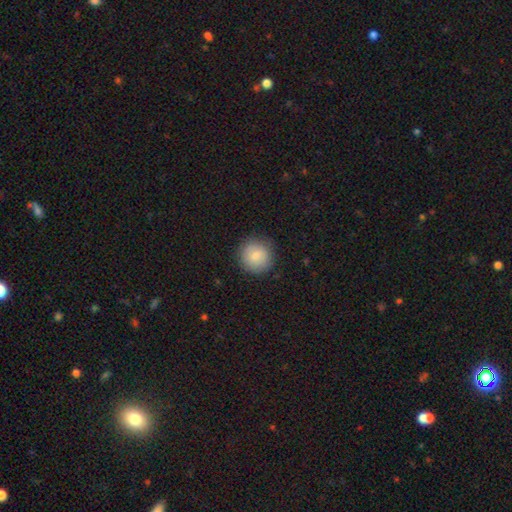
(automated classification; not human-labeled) A smooth galaxy with no disk features (85%) that is round (94%). Merging: none (87%).